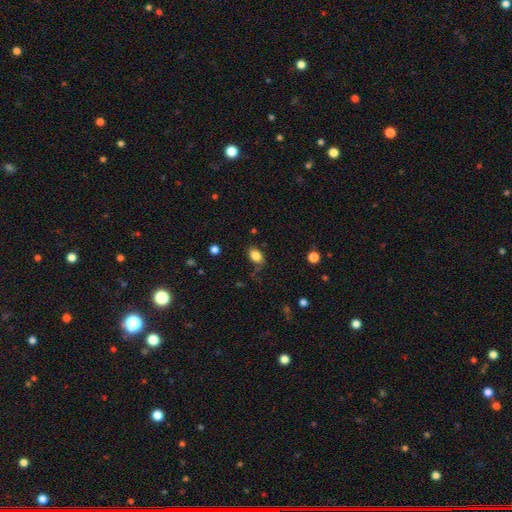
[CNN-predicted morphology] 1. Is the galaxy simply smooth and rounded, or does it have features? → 85% smooth, 9% star or artifact, 6% featured or disk.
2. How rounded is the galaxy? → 85% in between, 14% round, 1% cigar-shaped.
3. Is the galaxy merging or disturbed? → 78% none, 16% minor disturbance, 4% major disturbance, 2% merger.